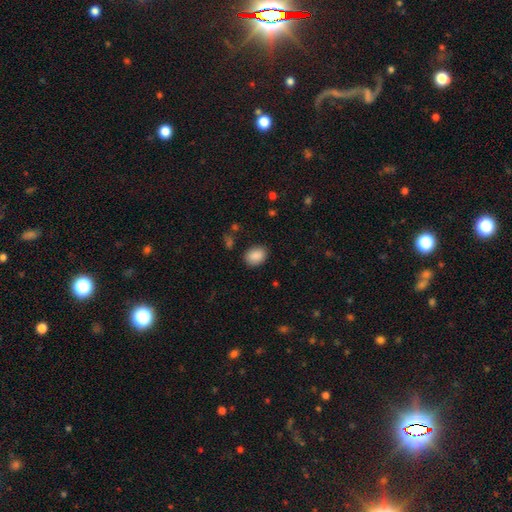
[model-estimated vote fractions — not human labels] Overall: smooth (89%). How rounded: in between (71%). Merging: none (85%).